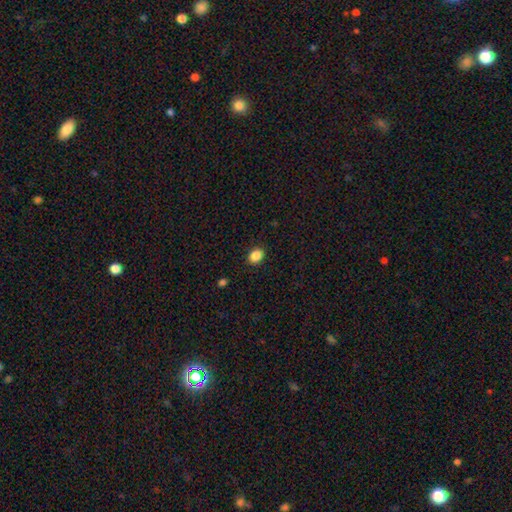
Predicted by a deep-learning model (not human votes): The model was most divided on "how rounded": in between: 56%, round: 43%, cigar-shaped: 1%. More confident: merging — none (90%); smooth or featured — smooth (87%).